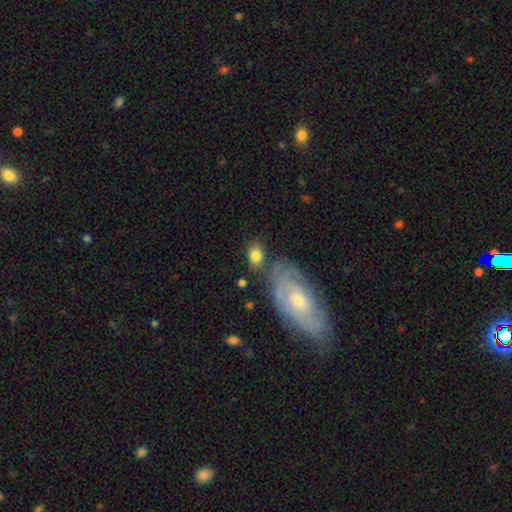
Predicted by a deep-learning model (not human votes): Smooth or featured: smooth — 80% (featured or disk — 14%)
How rounded: in between — 79% (round — 19%)
Merging: none — 62% (minor disturbance — 18%)